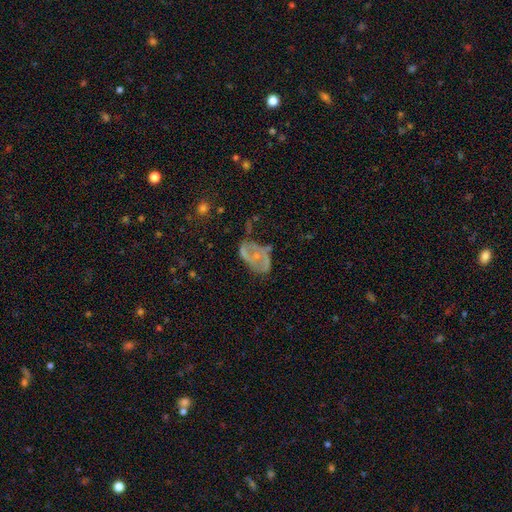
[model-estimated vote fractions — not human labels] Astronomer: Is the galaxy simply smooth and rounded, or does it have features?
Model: featured or disk — 58%.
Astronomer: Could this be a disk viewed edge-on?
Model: no — 97%.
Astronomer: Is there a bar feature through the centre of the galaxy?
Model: no — 76%.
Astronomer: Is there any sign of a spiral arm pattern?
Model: no — 56% (runner-up: yes, 44%).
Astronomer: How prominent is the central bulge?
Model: small — 55%.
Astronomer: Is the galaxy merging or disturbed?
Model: major disturbance — 33% (runner-up: none, 32%).